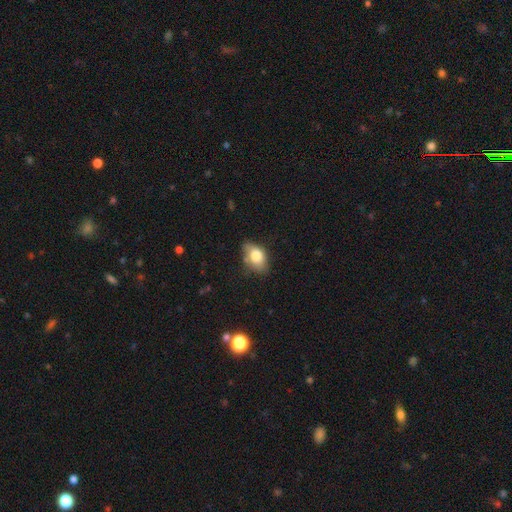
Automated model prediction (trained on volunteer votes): Smooth or featured? smooth (77%)
How rounded? in between (86%)
Merging? none (59%)